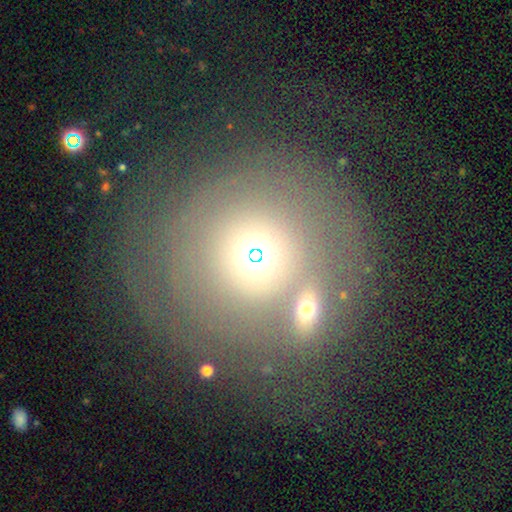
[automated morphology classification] smooth 53%, featured or disk 30%, star or artifact 17%. Down the decision tree: how rounded — round (90%); merging — none (53%).